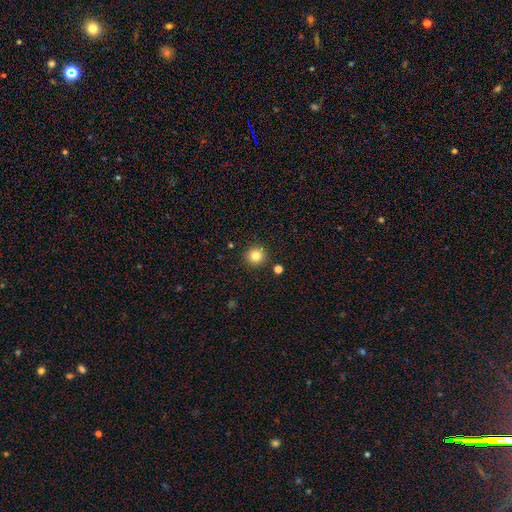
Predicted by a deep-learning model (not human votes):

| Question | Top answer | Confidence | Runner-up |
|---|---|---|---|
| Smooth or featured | smooth | 82% | star or artifact (11%) |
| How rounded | round | 94% | in between (5%) |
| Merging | none | 90% | minor disturbance (6%) |